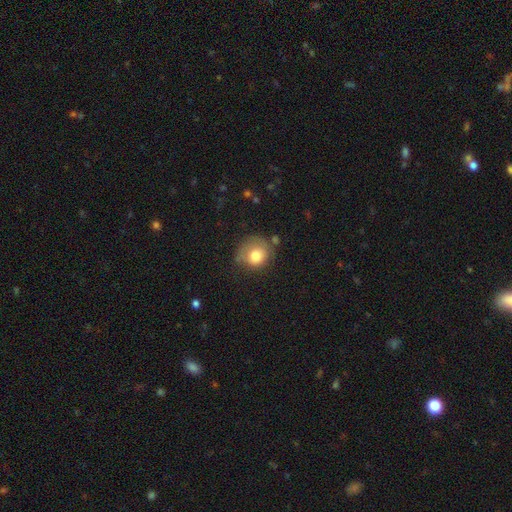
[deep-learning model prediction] The model was most divided on "merging": none: 53%, minor disturbance: 29%, major disturbance: 13%, merger: 6%. More confident: how rounded — round (82%); smooth or featured — smooth (75%).